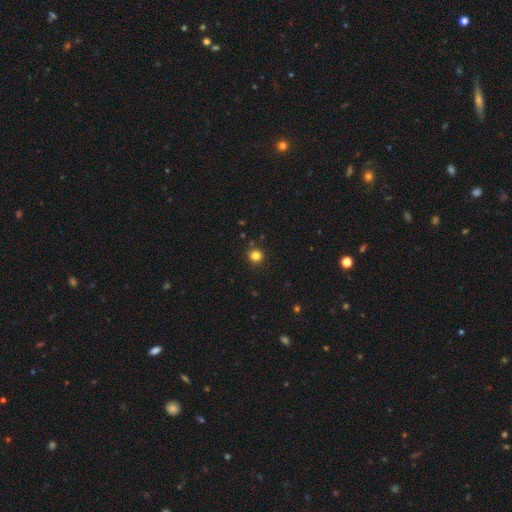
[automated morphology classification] Q: Smooth or featured?
A: smooth (82%); runner-up: star or artifact (14%)
Q: How rounded?
A: round (90%); runner-up: in between (9%)
Q: Merging?
A: none (89%); runner-up: minor disturbance (7%)